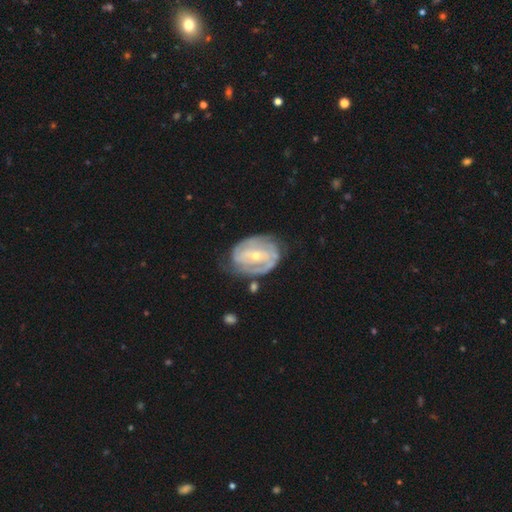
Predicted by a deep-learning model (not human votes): Overall: featured or disk (84%). Edge-on disk: no (97%). Bar: weak (41%; no 36%). Spiral arms: yes (91%). Spiral arm count: 2 (44%; can't tell 29%). Spiral winding: tight (66%). Bulge size: small (57%; moderate 40%). Merging: none (64%).